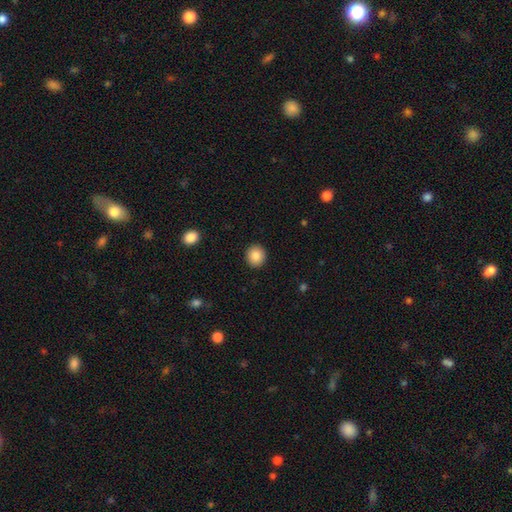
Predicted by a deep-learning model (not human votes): smooth-or-featured: smooth: 86% | star or artifact: 8% | featured or disk: 5%
  how-rounded: round: 86% | in between: 13% | cigar-shaped: 1%
  merging: none: 92% | minor disturbance: 5% | major disturbance: 2% | merger: 1%